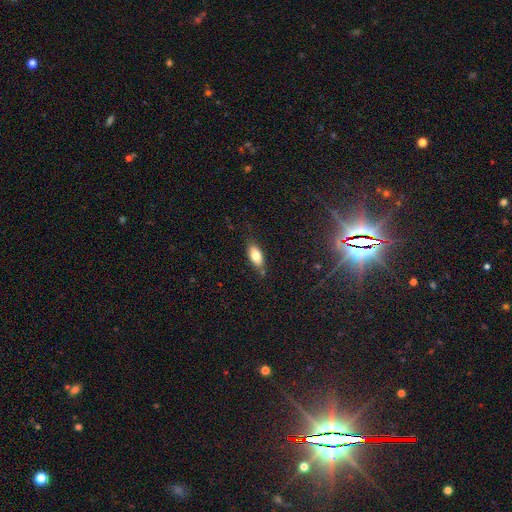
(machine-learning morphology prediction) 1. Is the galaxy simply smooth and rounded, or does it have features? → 77% smooth, 15% featured or disk, 7% star or artifact.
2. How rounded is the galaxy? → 86% in between, 11% cigar-shaped, 3% round.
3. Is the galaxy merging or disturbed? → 74% none, 19% minor disturbance, 4% major disturbance, 3% merger.